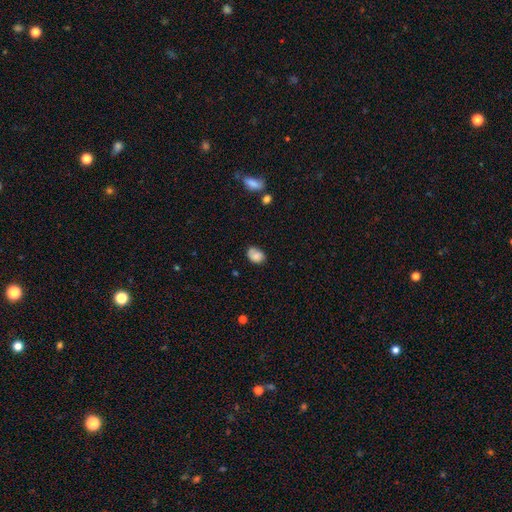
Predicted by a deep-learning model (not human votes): Smooth or featured: smooth — 76% (featured or disk — 15%)
How rounded: in between — 74% (round — 25%)
Merging: none — 61% (minor disturbance — 28%)